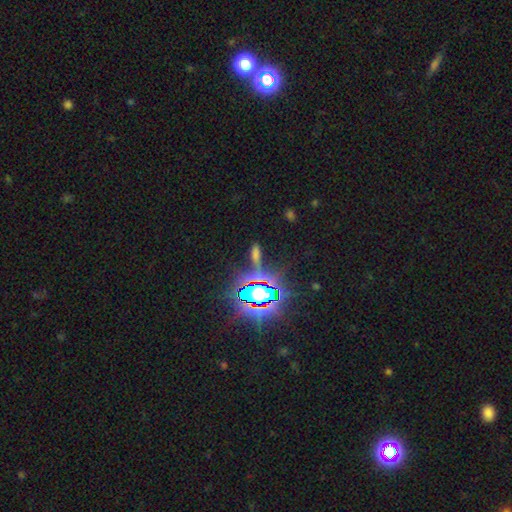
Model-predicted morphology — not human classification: The model was most divided on "smooth or featured": star or artifact: 56%, smooth: 29%, featured or disk: 15%.